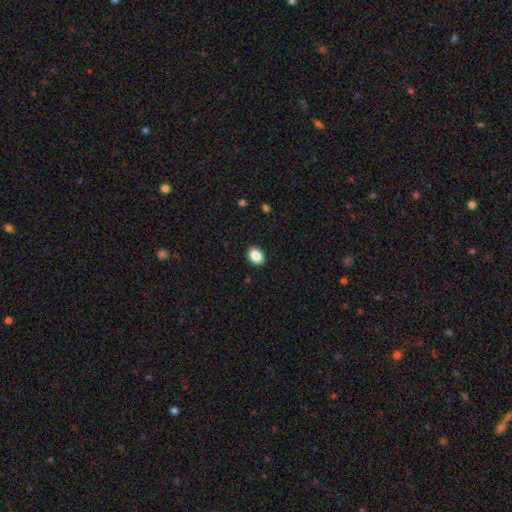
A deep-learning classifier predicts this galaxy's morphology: Q: Smooth or featured?
A: smooth (87%); runner-up: star or artifact (8%)
Q: How rounded?
A: in between (70%); runner-up: round (29%)
Q: Merging?
A: none (89%); runner-up: minor disturbance (8%)